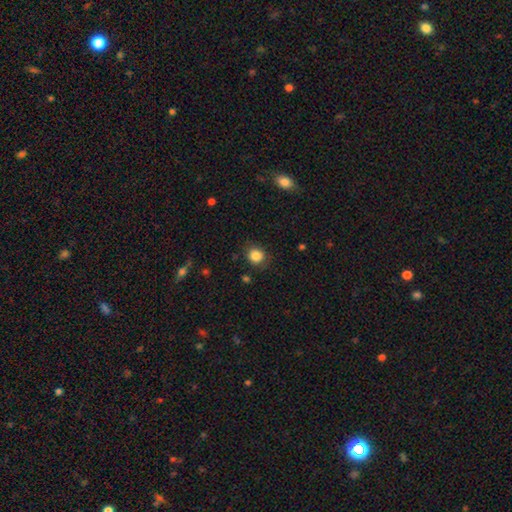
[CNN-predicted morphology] Smooth or featured? smooth (85%)
How rounded? round (79%)
Merging? none (80%)